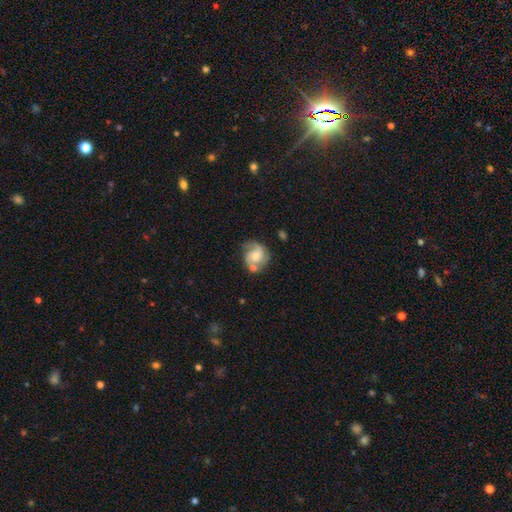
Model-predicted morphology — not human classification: Q: Smooth or featured?
A: featured or disk (60%); runner-up: smooth (33%)
Q: Edge-on disk?
A: no (98%); runner-up: yes (2%)
Q: Bar?
A: no (65%); runner-up: weak (30%)
Q: Spiral arms?
A: yes (87%); runner-up: no (13%)
Q: Spiral winding?
A: medium (46%); runner-up: tight (31%)
Q: Spiral arm count?
A: 2 (63%); runner-up: can't tell (14%)
Q: Bulge size?
A: moderate (44%); runner-up: small (39%)
Q: Merging?
A: none (50%); runner-up: minor disturbance (23%)